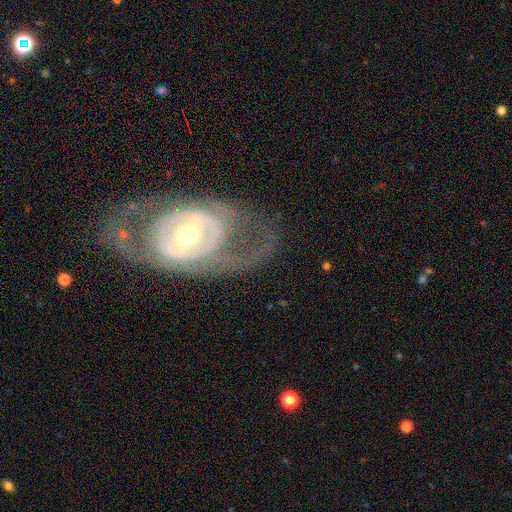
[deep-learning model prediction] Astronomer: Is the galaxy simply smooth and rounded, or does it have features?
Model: featured or disk — 81%.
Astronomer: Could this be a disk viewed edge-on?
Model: no — 93%.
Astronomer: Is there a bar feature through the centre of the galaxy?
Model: no — 40% (runner-up: weak, 34%).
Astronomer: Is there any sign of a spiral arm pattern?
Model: yes — 61% (runner-up: no, 39%).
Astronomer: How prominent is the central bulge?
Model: moderate — 53% (runner-up: small, 37%).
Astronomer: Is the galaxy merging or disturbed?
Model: none — 67%.